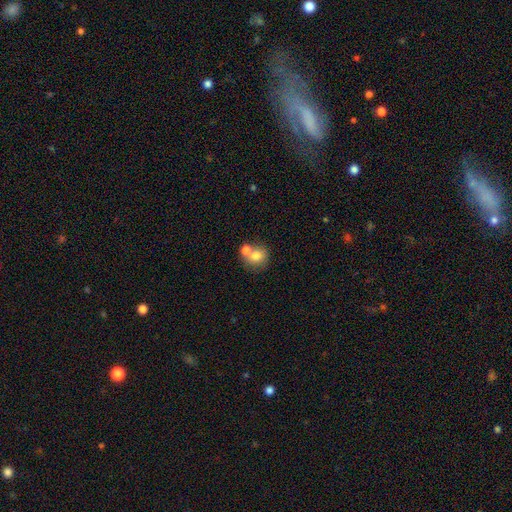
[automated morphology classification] Smooth or featured? Predicted: smooth (p=0.75). How rounded? Predicted: round (p=0.80). Merging? Predicted: none (p=0.47).